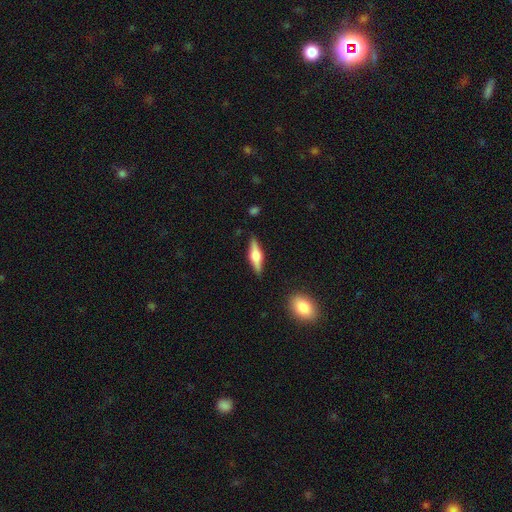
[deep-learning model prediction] Q: Smooth or featured?
A: featured or disk (59%); runner-up: smooth (35%)
Q: Edge-on disk?
A: yes (95%); runner-up: no (5%)
Q: Edge-on bulge?
A: rounded (89%); runner-up: boxy (9%)
Q: Merging?
A: none (86%); runner-up: minor disturbance (10%)